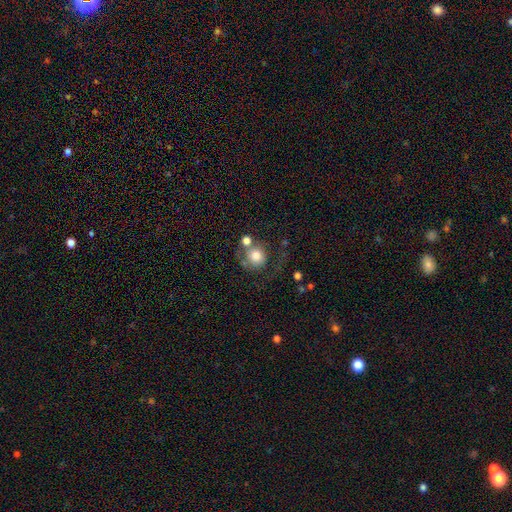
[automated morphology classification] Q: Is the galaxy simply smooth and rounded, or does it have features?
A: smooth — 72%.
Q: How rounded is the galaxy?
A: round — 86%.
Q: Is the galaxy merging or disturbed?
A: none — 41%.